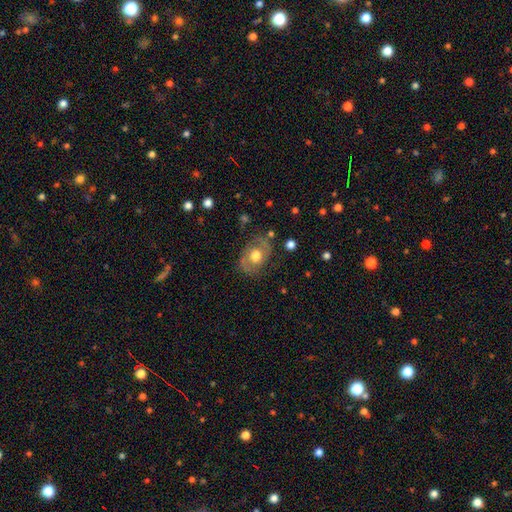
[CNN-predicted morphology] smooth-or-featured: featured or disk: 56% | smooth: 37% | star or artifact: 7%
  disk-edge-on: no: 95% | yes: 5%
    bar: no: 78% | weak: 18% | strong: 4%
    has-spiral-arms: yes: 58% | no: 42%
    bulge-size: moderate: 60% | large: 32% | small: 5% | dominant: 2% | none: 1%
  merging: none: 74% | minor disturbance: 17% | major disturbance: 7% | merger: 2%